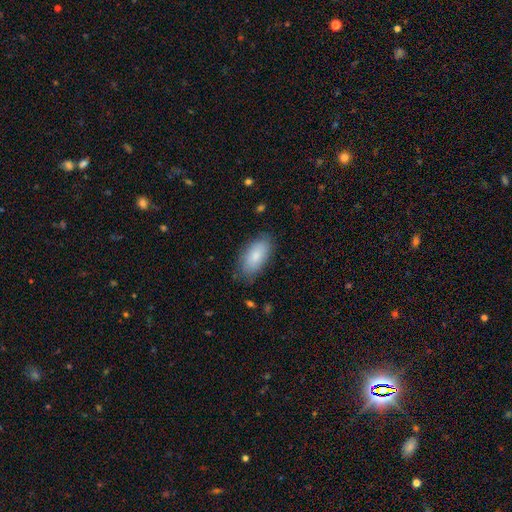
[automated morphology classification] smooth 82%, featured or disk 11%, star or artifact 6%. Down the decision tree: how rounded — in between (93%); merging — none (78%).